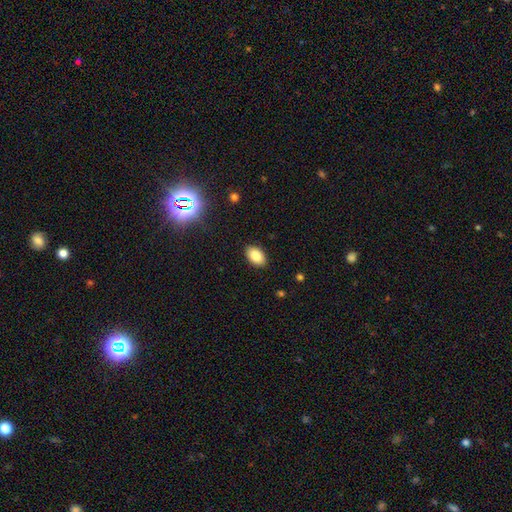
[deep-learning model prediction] This is clearly a smooth galaxy (85%). How rounded: clearly in between (91%). Merging: clearly none (89%).